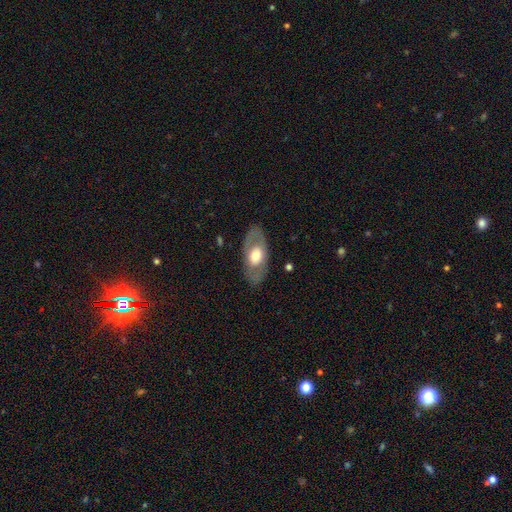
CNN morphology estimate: Q: Smooth or featured?
A: smooth (48%); runner-up: featured or disk (47%)
Q: Merging?
A: none (81%); runner-up: minor disturbance (12%)